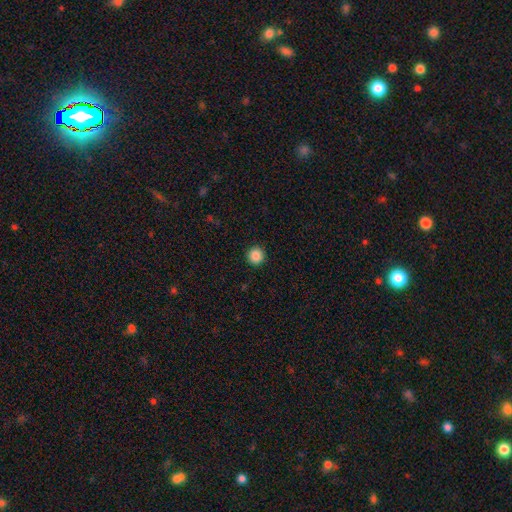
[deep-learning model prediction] This appears to be a smooth galaxy with no disk features (87%) that is round (96%). Merging: none (93%).